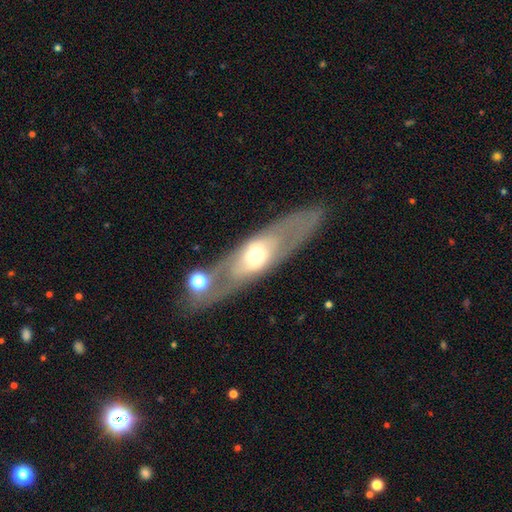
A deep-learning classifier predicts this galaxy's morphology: Overall: featured or disk (63%; smooth 29%). Edge-on disk: no (67%; yes 33%). Merging: none (72%).